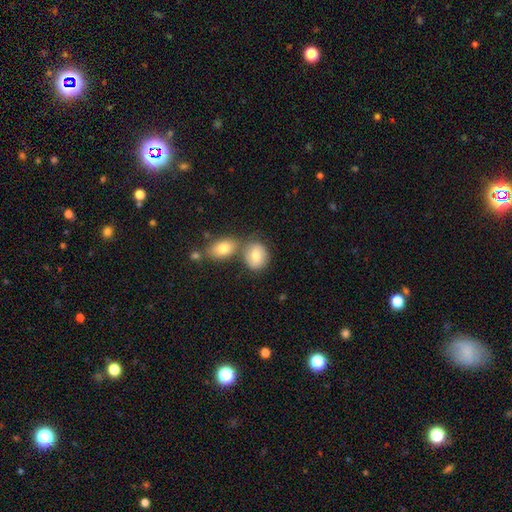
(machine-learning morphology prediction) This appears to be a smooth galaxy with no disk features (77%) that is round (53%). Merging: none (53%).